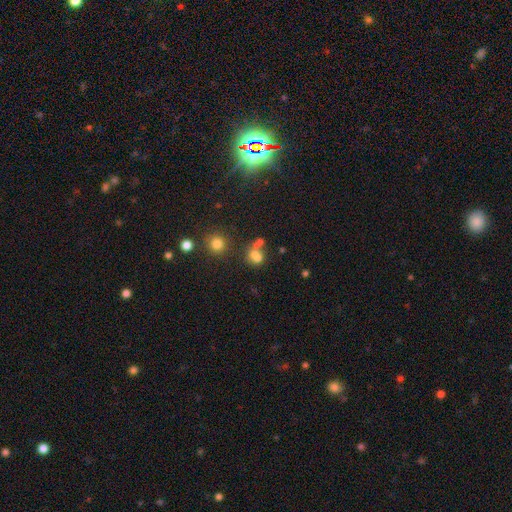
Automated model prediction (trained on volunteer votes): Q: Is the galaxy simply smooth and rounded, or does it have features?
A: smooth — 64%.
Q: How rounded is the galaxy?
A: in between — 52%.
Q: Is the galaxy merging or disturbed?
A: merger — 40%.